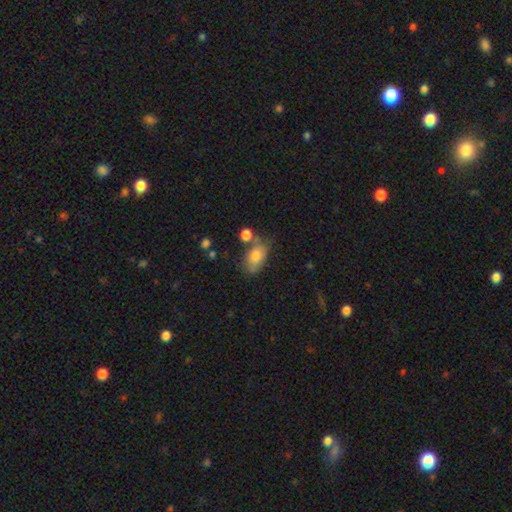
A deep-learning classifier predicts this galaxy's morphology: type=smooth (74%); roundness=in between (86%); merging=none (49%).